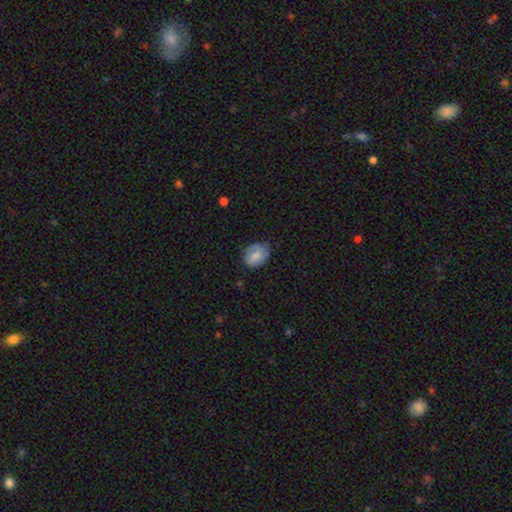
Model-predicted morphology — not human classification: Smooth or featured: smooth — 66% (featured or disk — 26%)
How rounded: in between — 58% (round — 41%)
Merging: none — 63% (minor disturbance — 29%)